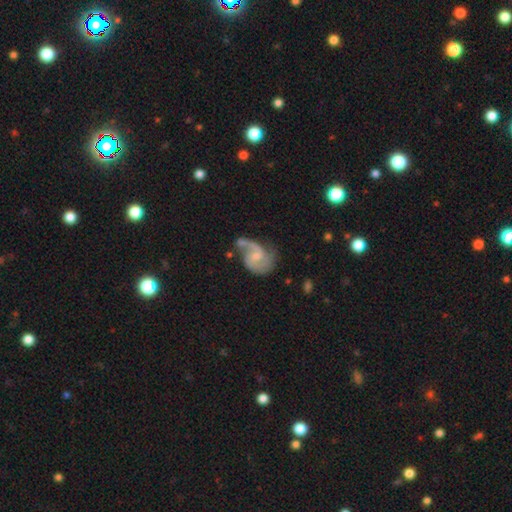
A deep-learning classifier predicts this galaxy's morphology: type=featured or disk (80%); edge-on=no (98%); bar=no (48%); spiral arms=yes (93%); winding=medium (45%); arm count=2 (71%); bulge=small (54%); merging=none (38%).